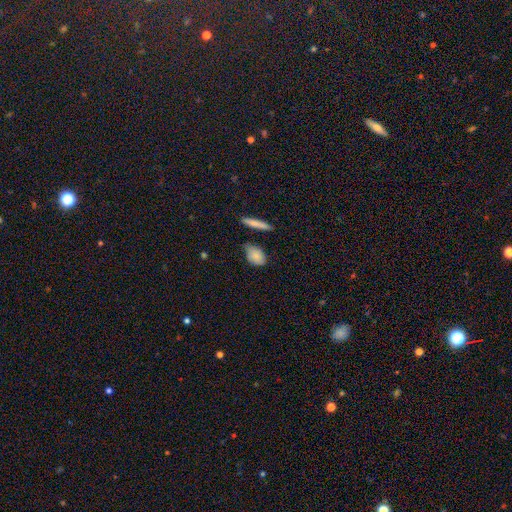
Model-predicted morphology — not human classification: This is clearly a smooth galaxy (81%). How rounded: likely in between (76%). Merging: possibly none (54%).